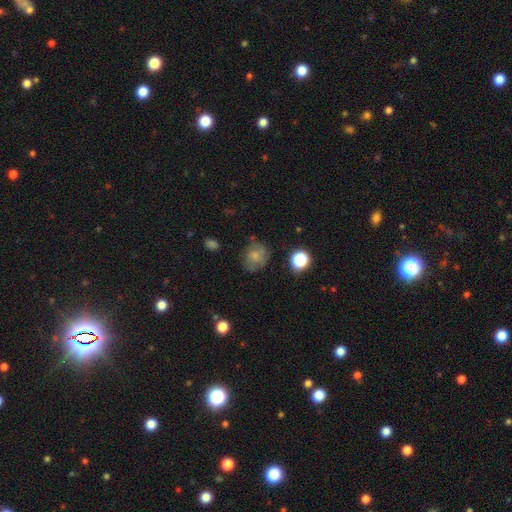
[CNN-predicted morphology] Smooth or featured? smooth (62%)
How rounded? round (75%)
Merging? none (64%)